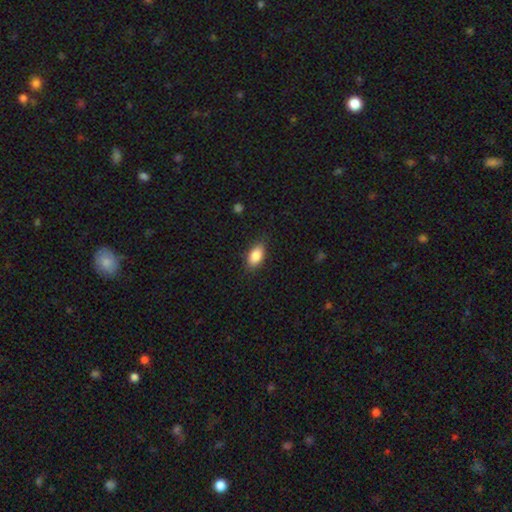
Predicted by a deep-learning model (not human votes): smooth_or_featured: smooth (p=0.86) [alt: star or artifact p=0.07]
how_rounded: in between (p=0.91) [alt: round p=0.05]
merging: none (p=0.84) [alt: minor disturbance p=0.12]